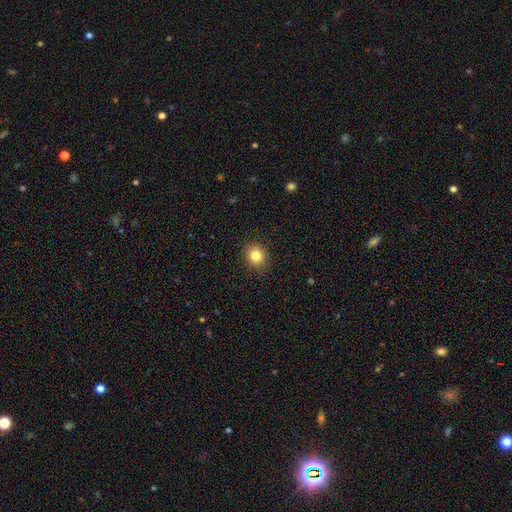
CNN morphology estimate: Smooth or featured? smooth (83%)
How rounded? round (81%)
Merging? none (90%)